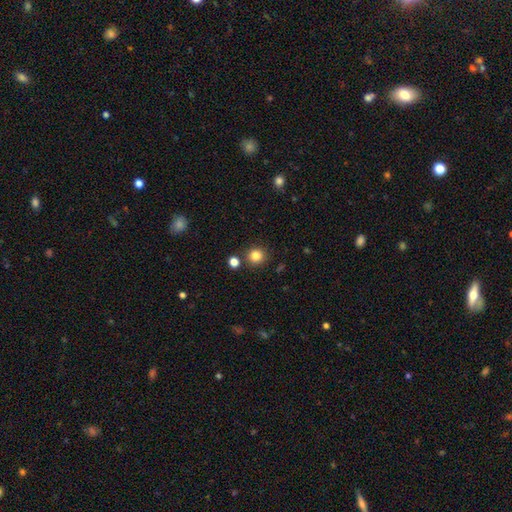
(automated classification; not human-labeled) smooth_or_featured: smooth (p=0.83) [alt: star or artifact p=0.12]
how_rounded: round (p=0.92) [alt: in between p=0.07]
merging: none (p=0.86) [alt: minor disturbance p=0.06]